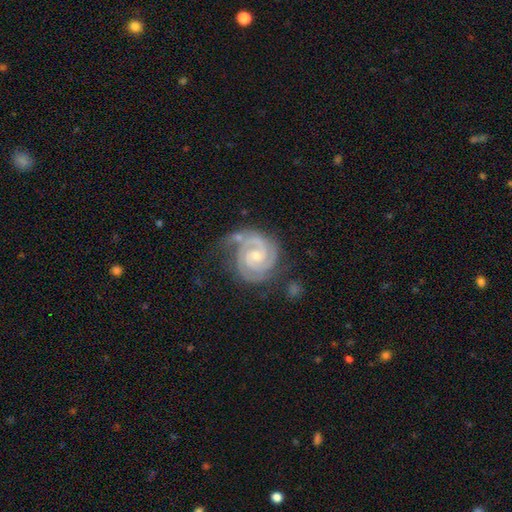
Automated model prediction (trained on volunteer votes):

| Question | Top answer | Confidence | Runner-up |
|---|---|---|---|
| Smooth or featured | featured or disk | 92% | star or artifact (5%) |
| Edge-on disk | no | 98% | yes (2%) |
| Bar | no | 58% | weak (32%) |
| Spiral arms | yes | 99% | no (1%) |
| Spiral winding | tight | 76% | medium (22%) |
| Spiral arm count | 2 | 70% | 3 (18%) |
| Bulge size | small | 59% | moderate (37%) |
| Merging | none | 65% | minor disturbance (22%) |